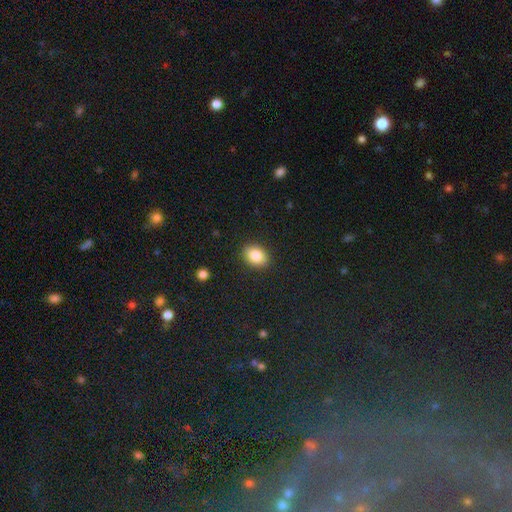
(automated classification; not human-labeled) This appears to be a smooth galaxy with no disk features (85%) that is in between round and cigar-shaped (73%). Merging: none (89%).